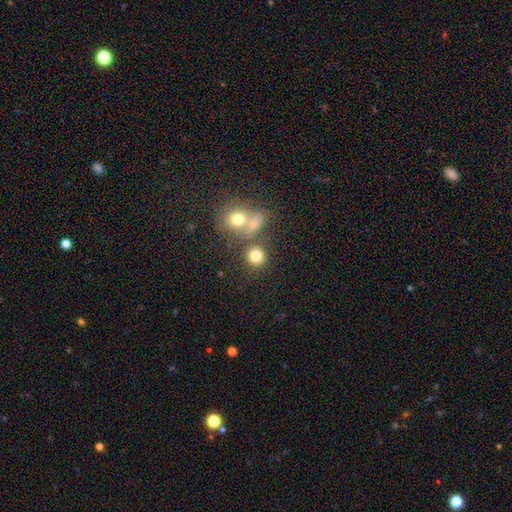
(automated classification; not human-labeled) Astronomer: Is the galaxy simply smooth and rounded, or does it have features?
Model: smooth — 78%.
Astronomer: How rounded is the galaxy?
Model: round — 86%.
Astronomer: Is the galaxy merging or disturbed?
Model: none — 66%.